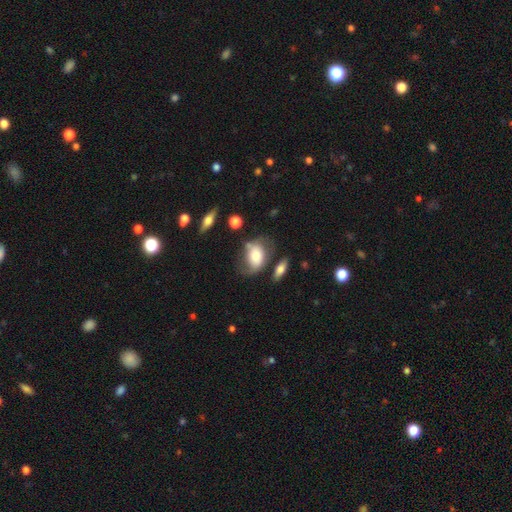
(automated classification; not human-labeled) The model was most divided on "merging": none: 44%, minor disturbance: 28%, major disturbance: 17%, merger: 11%. More confident: how rounded — in between (79%); smooth or featured — smooth (63%).